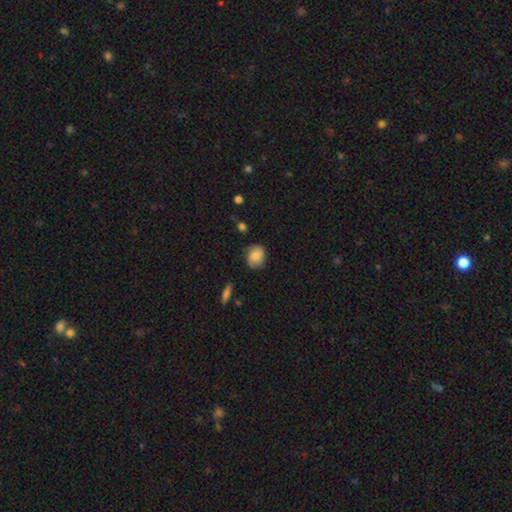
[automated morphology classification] smooth-or-featured: smooth: 77% | featured or disk: 15% | star or artifact: 8%
  how-rounded: round: 62% | in between: 36% | cigar-shaped: 1%
  merging: none: 78% | minor disturbance: 18% | major disturbance: 3% | merger: 1%